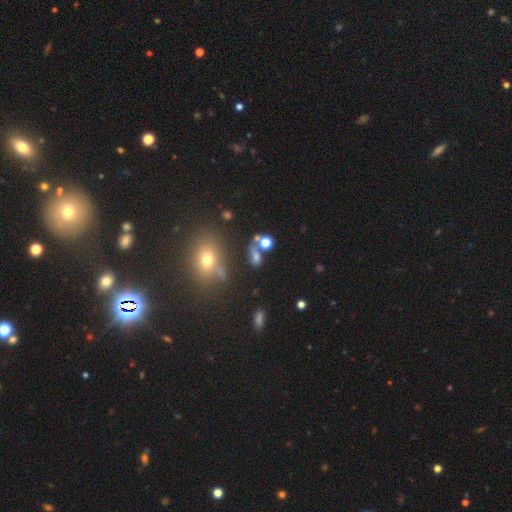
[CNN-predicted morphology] A smooth galaxy with no disk features (55%) that is in between round and cigar-shaped (61%). Merging: none (54%).